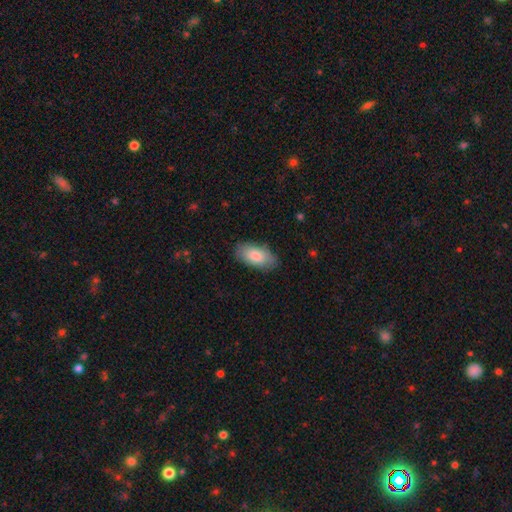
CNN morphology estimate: smooth 83%, featured or disk 11%, star or artifact 6%. Down the decision tree: how rounded — in between (93%); merging — none (83%).